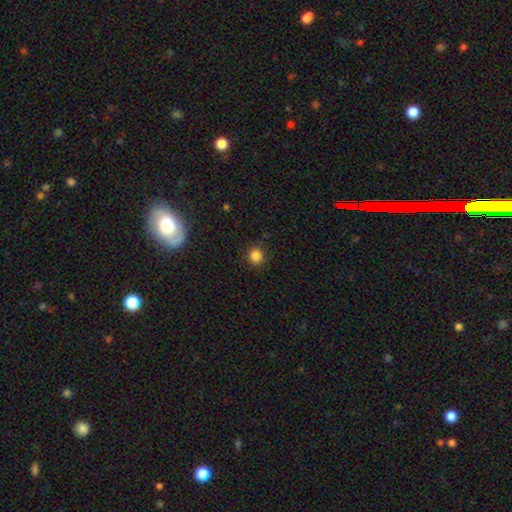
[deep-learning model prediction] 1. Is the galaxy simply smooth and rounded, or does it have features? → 84% smooth, 13% star or artifact, 4% featured or disk.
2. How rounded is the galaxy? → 90% round, 9% in between, 1% cigar-shaped.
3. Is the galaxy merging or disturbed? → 88% none, 8% minor disturbance, 3% major disturbance, 1% merger.